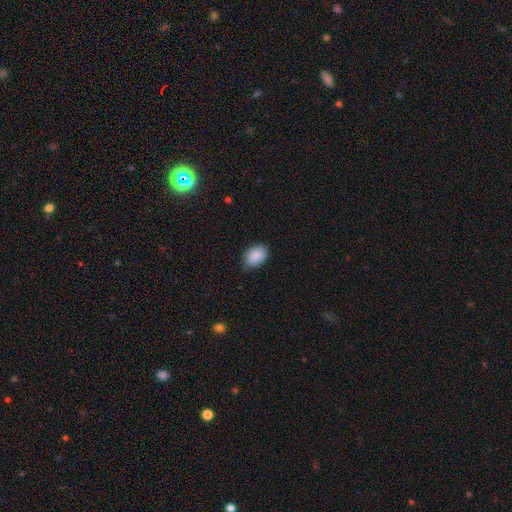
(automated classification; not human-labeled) smooth_or_featured: smooth (p=0.89) [alt: star or artifact p=0.07]
how_rounded: in between (p=0.86) [alt: round p=0.13]
merging: none (p=0.76) [alt: minor disturbance p=0.20]